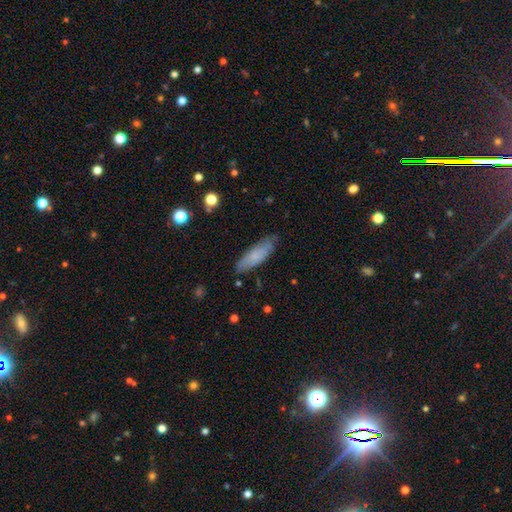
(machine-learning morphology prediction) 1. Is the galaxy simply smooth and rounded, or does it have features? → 70% smooth, 23% featured or disk, 7% star or artifact.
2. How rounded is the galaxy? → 51% in between, 47% cigar-shaped, 2% round.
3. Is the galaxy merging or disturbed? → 77% none, 18% minor disturbance, 3% major disturbance, 2% merger.